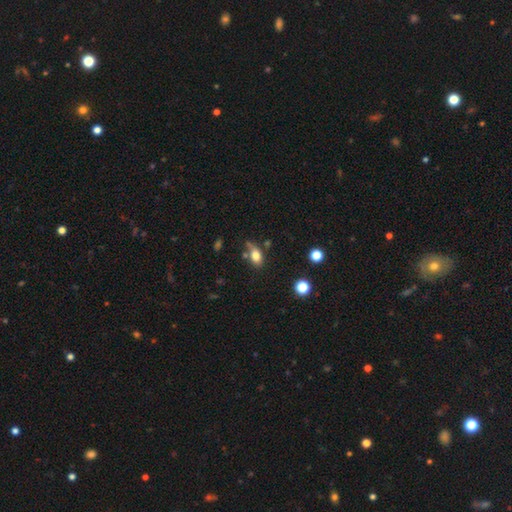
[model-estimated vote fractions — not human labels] A smooth galaxy with no disk features (77%) that is in between round and cigar-shaped (82%). Merging: none (48%).